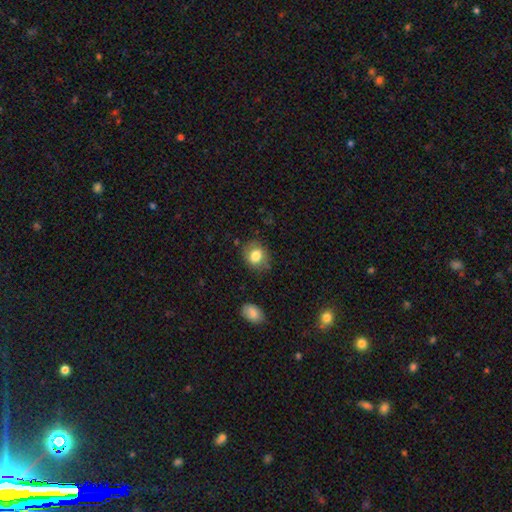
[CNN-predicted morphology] Smooth or featured? smooth (79%)
How rounded? round (64%)
Merging? none (77%)